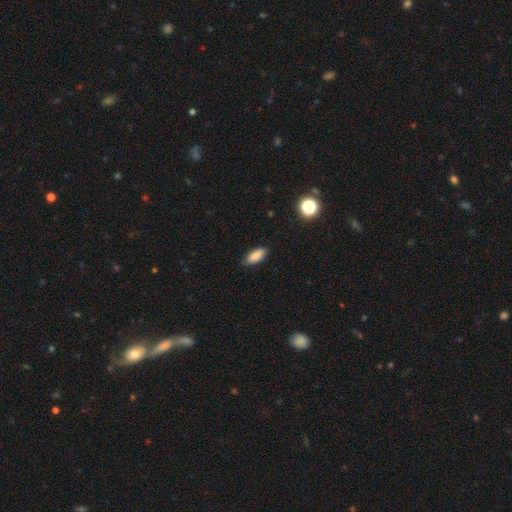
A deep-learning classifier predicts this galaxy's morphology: This appears to be a smooth galaxy with no disk features (86%) that is in between round and cigar-shaped (85%). Merging: none (82%).